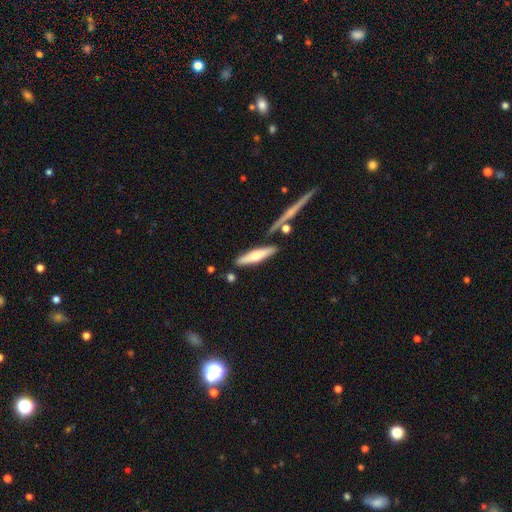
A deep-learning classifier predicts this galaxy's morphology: Smooth or featured?
  - smooth: 49% *
  - featured or disk: 45%
  - star or artifact: 6%
Merging?
  - none: 79% *
  - minor disturbance: 10%
  - merger: 8%
  - major disturbance: 3%